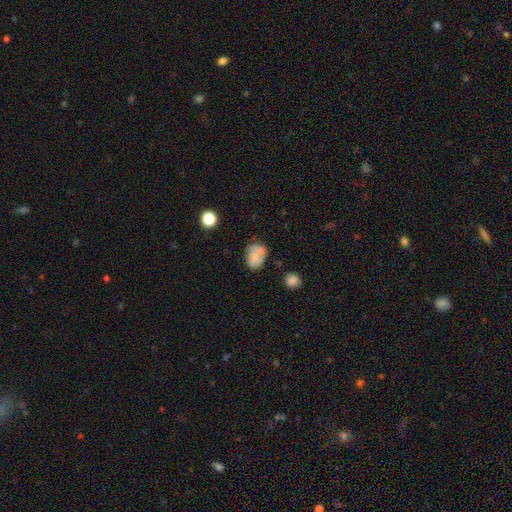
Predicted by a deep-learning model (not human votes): Smooth or featured: smooth — 73% (featured or disk — 17%)
How rounded: in between — 60% (round — 39%)
Merging: none — 56% (minor disturbance — 24%)